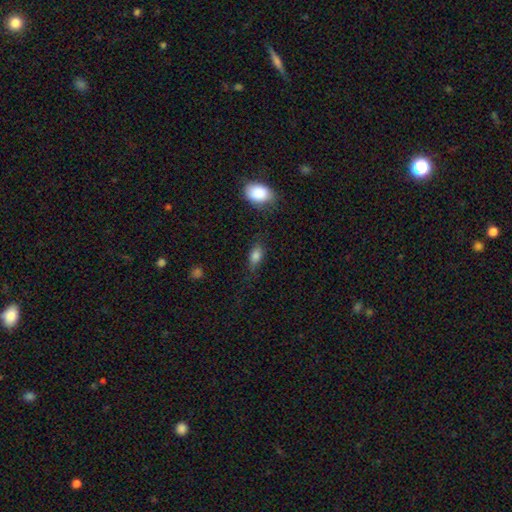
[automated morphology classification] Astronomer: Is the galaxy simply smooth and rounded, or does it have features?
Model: smooth — 78%.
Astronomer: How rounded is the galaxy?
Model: in between — 81%.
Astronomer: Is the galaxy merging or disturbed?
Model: none — 71%.